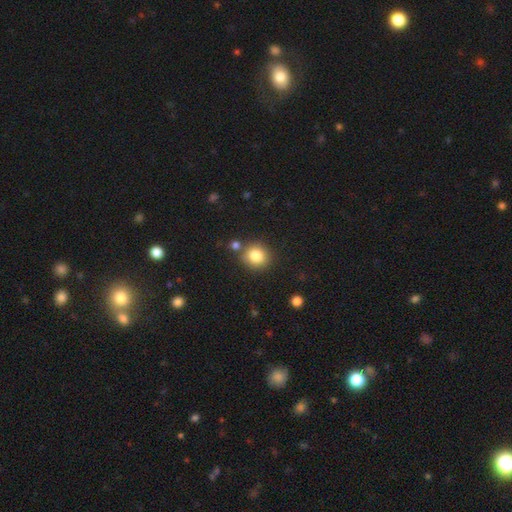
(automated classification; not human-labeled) This is clearly a smooth galaxy (83%). How rounded: clearly round (88%). Merging: likely none (78%).